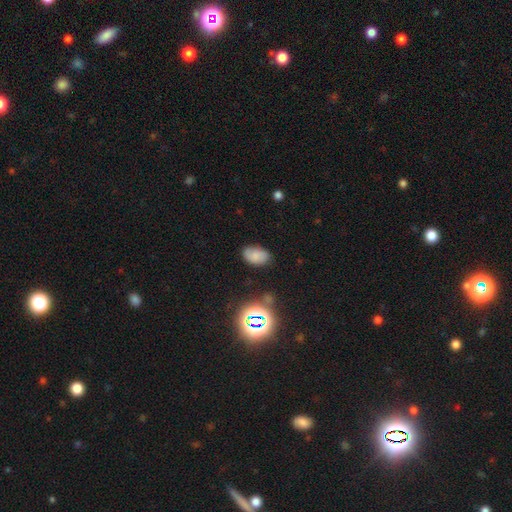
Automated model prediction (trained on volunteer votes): Smooth or featured? Predicted: smooth (p=0.69). How rounded? Predicted: in between (p=0.89). Merging? Predicted: none (p=0.75).